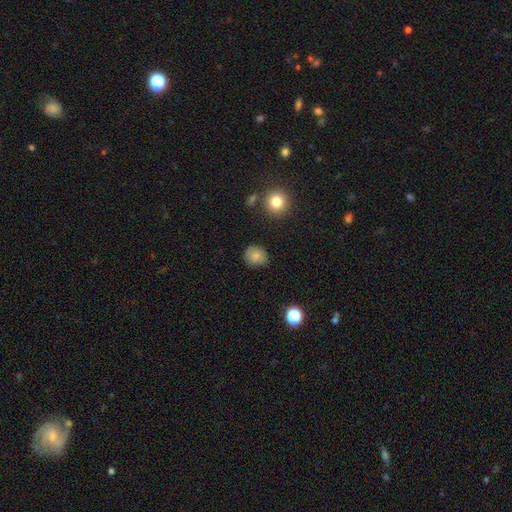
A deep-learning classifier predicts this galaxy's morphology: Smooth or featured: smooth — 82% (star or artifact — 10%)
How rounded: round — 78% (in between — 21%)
Merging: none — 78% (minor disturbance — 17%)